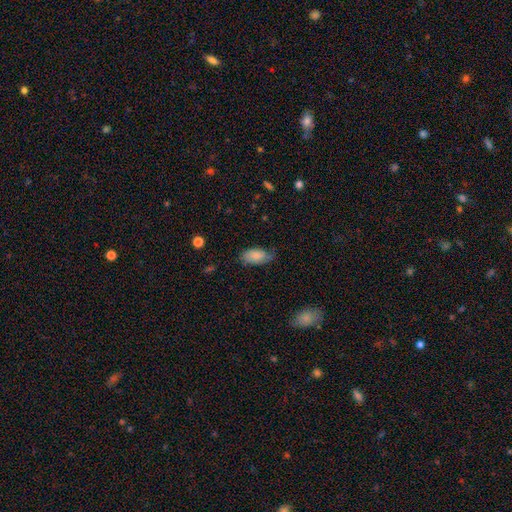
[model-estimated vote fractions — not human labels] A smooth galaxy with no disk features (77%) that is in between round and cigar-shaped (94%).

Vote fractions:
- Smooth or featured? smooth: 77% / featured or disk: 17% / star or artifact: 7%
- How rounded? in between: 94% / cigar-shaped: 3% / round: 3%
- Merging? none: 55% / minor disturbance: 33% / major disturbance: 10% / merger: 2%